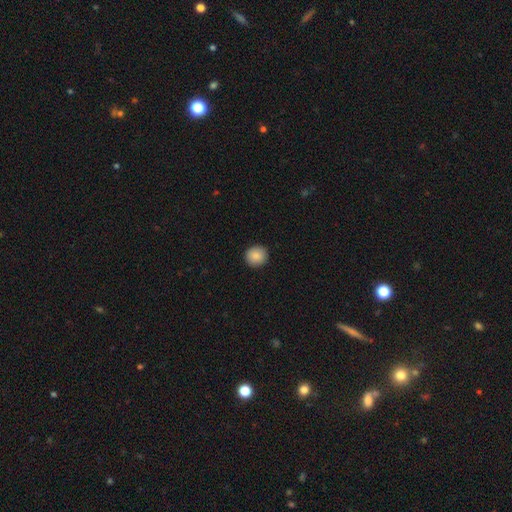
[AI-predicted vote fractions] Smooth or featured? smooth (88%)
How rounded? round (91%)
Merging? none (92%)